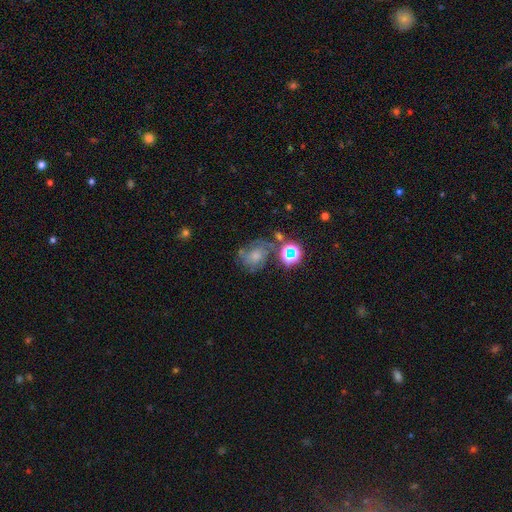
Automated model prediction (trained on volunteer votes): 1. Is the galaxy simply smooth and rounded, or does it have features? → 40% featured or disk, 39% smooth, 21% star or artifact.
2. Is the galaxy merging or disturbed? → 46% none, 23% minor disturbance, 17% major disturbance, 14% merger.